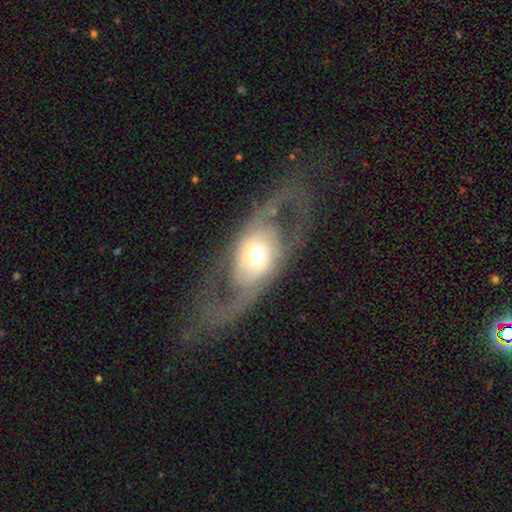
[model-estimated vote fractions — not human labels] smooth-or-featured: featured or disk: 70% | smooth: 24% | star or artifact: 6%
  disk-edge-on: no: 85% | yes: 15%
    bar: no: 68% | weak: 21% | strong: 11%
    has-spiral-arms: yes: 52% | no: 48%
    bulge-size: moderate: 58% | large: 27% | small: 9% | dominant: 5% | none: 1%
  merging: none: 62% | major disturbance: 22% | minor disturbance: 14% | merger: 2%